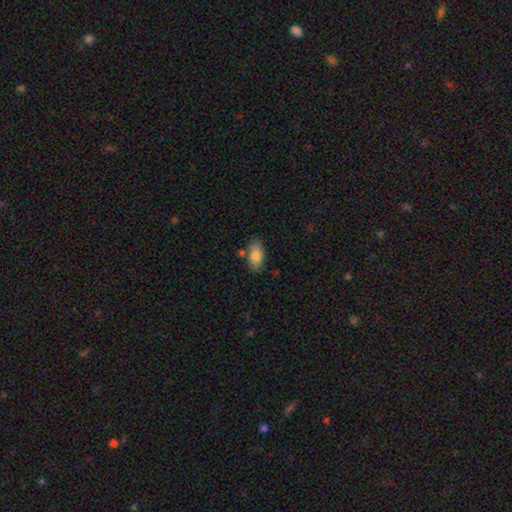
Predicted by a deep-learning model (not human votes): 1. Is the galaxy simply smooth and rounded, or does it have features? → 85% smooth, 8% featured or disk, 7% star or artifact.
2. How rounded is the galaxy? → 91% in between, 6% cigar-shaped, 3% round.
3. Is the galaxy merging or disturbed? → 75% none, 14% minor disturbance, 8% merger, 3% major disturbance.